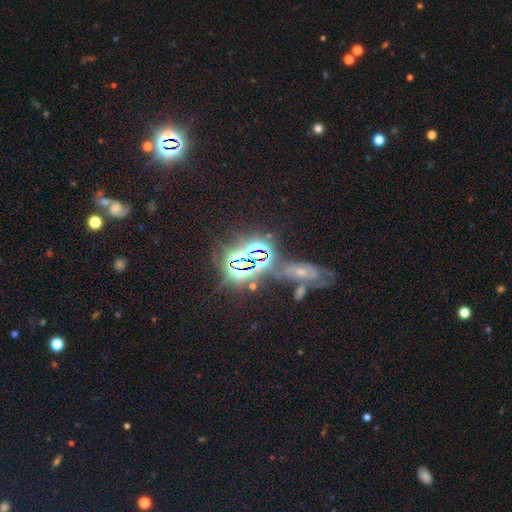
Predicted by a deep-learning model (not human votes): Q: Smooth or featured?
A: star or artifact (75%); runner-up: smooth (15%)